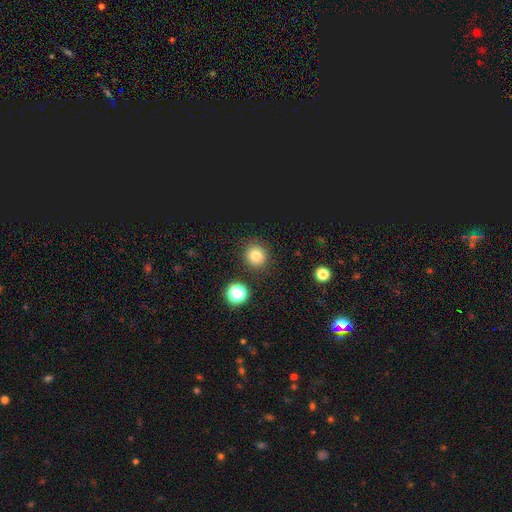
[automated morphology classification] Overall: smooth (79%). How rounded: round (92%). Merging: none (88%).